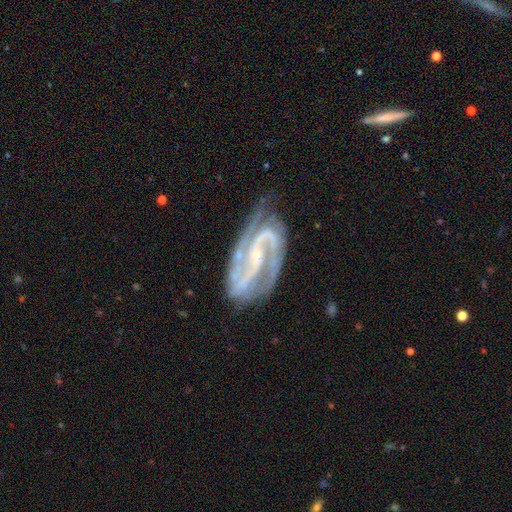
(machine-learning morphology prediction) This is clearly a featured or disk galaxy (93%). It is clearly not viewed edge-on (97%). Bar: marginally strong (43%). Spiral arm pattern: clearly yes (98%). Spiral arm count: clearly 2 (87%). Spiral winding: possibly medium (55%). Central bulge: likely small (74%). Merging: likely none (68%).